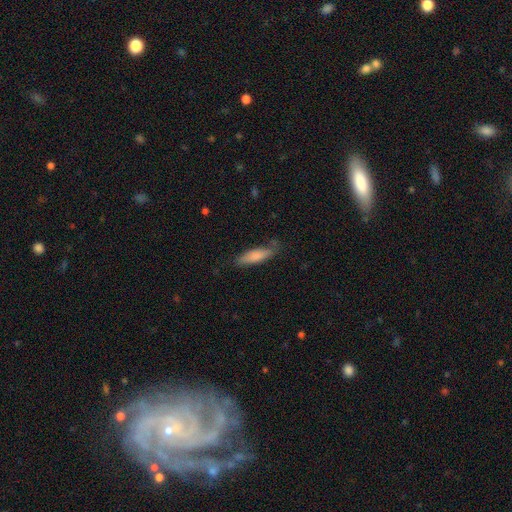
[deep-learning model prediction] Q: Smooth or featured?
A: smooth (80%); runner-up: featured or disk (15%)
Q: How rounded?
A: cigar-shaped (65%); runner-up: in between (33%)
Q: Merging?
A: none (75%); runner-up: minor disturbance (19%)